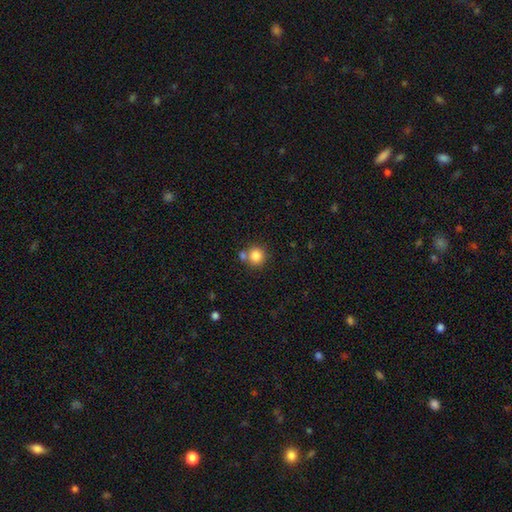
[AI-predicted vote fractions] Smooth or featured: smooth — 83% (star or artifact — 11%)
How rounded: round — 90% (in between — 9%)
Merging: none — 66% (merger — 23%)